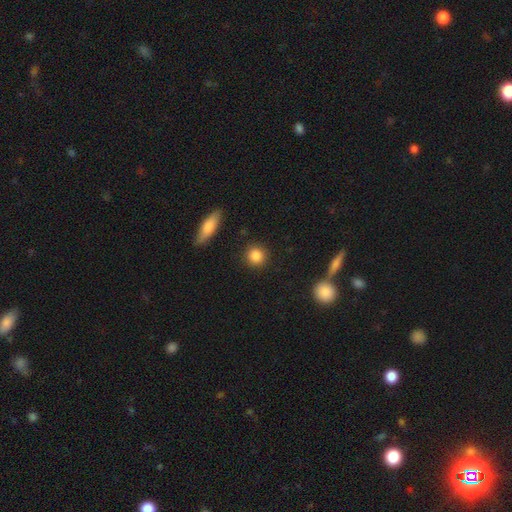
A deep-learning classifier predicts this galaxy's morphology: type=smooth (87%); roundness=round (89%); merging=none (89%).